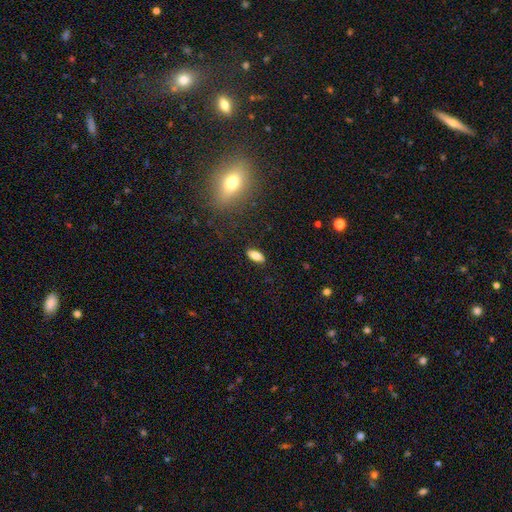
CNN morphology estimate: smooth_or_featured: smooth (p=0.78) [alt: featured or disk p=0.13]
how_rounded: in between (p=0.84) [alt: cigar-shaped p=0.13]
merging: none (p=0.87) [alt: minor disturbance p=0.10]